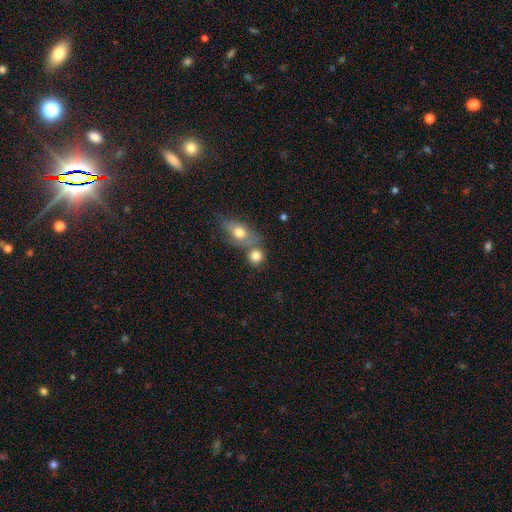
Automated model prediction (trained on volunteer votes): Smooth or featured? Predicted: smooth (p=0.80). How rounded? Predicted: round (p=0.75). Merging? Predicted: none (p=0.48).